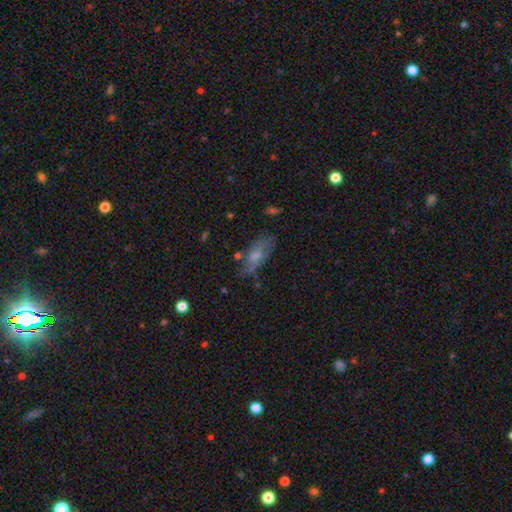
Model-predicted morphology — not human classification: A smooth galaxy with no disk features (56%) that is in between round and cigar-shaped (75%). Merging: none (55%).